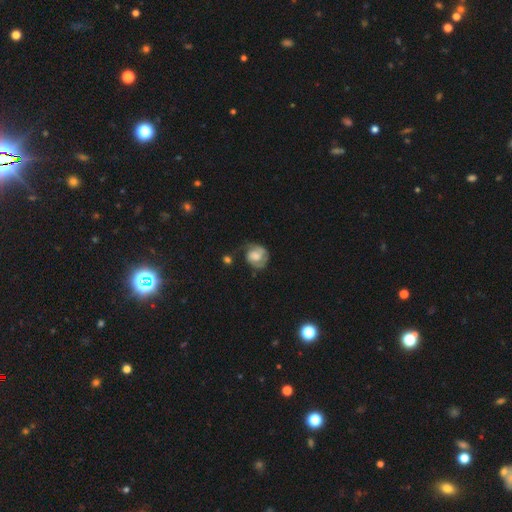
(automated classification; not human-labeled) The model was most divided on "bulge size": moderate: 33%, large: 32%, small: 16%, none: 15%, dominant: 4%. Remaining: edge-on disk — no (97%); spiral arms — yes (80%); bar — no (65%); smooth or featured — featured or disk (54%); merging — none (46%).